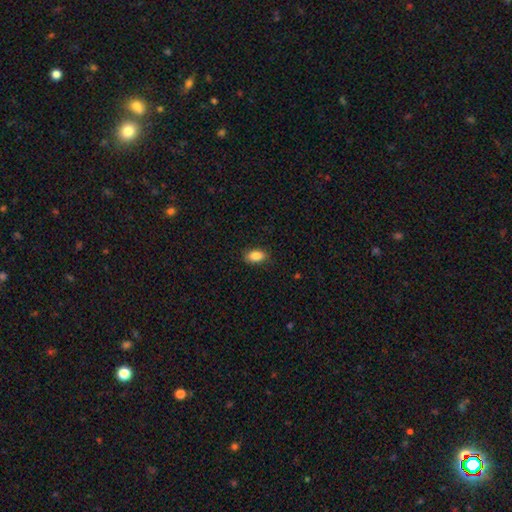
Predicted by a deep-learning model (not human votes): This is clearly a smooth galaxy (86%). How rounded: clearly in between (89%). Merging: clearly none (86%).